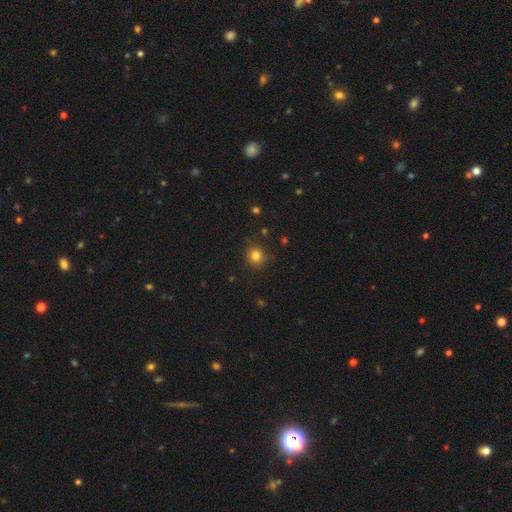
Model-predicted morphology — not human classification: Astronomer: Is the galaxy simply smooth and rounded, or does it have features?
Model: smooth — 82%.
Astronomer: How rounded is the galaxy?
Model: round — 91%.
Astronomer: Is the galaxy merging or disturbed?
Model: none — 87%.